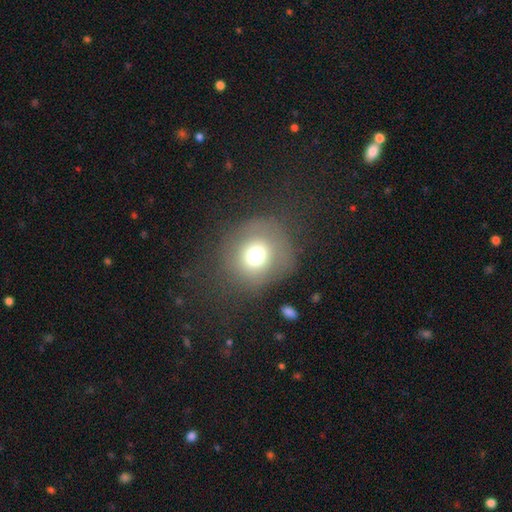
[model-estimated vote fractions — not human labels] smooth_or_featured: smooth (p=0.70) [alt: featured or disk p=0.16]
how_rounded: round (p=0.88) [alt: in between p=0.11]
merging: none (p=0.67) [alt: major disturbance p=0.16]